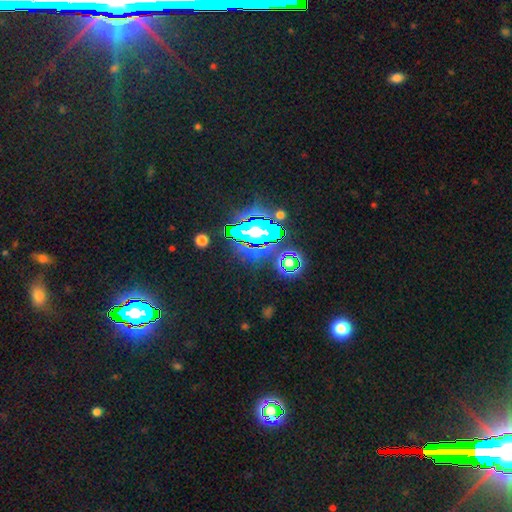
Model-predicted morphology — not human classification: smooth-or-featured: star or artifact: 76% | smooth: 13% | featured or disk: 10%